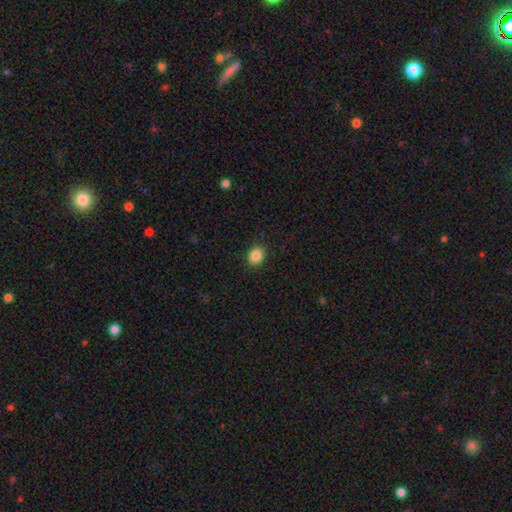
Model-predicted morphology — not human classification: A smooth galaxy with no disk features (87%) that is round (70%).

Vote fractions:
- Smooth or featured? smooth: 87% / star or artifact: 10% / featured or disk: 4%
- How rounded? round: 70% / in between: 29% / cigar-shaped: 1%
- Merging? none: 90% / minor disturbance: 7% / major disturbance: 2% / merger: 1%